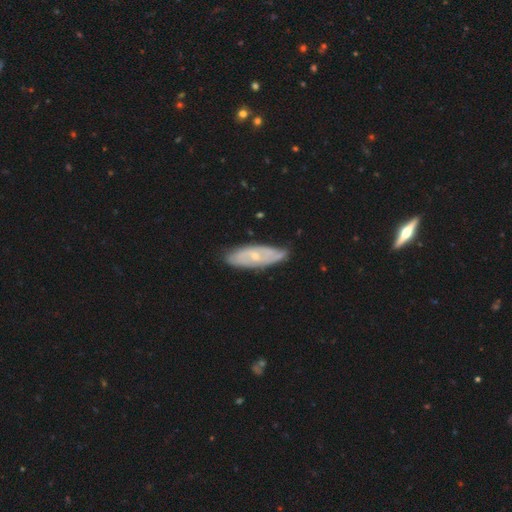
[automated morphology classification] A featured or disk galaxy (65%) with no bar (72%), spiral arms (71%) and a small central bulge (65%).

Vote fractions:
- Smooth or featured? featured or disk: 65% / smooth: 29% / star or artifact: 6%
- Edge-on disk? no: 79% / yes: 21%
- Bar? no: 72% / weak: 23% / strong: 5%
- Spiral arms? yes: 71% / no: 29%
- Bulge size? small: 65% / moderate: 32% / none: 2% / large: 1% / dominant: 1%
- Merging? none: 74% / minor disturbance: 20% / major disturbance: 4% / merger: 2%